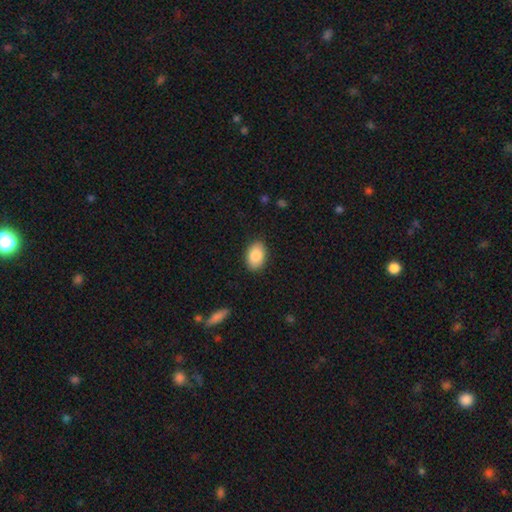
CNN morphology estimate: Q: Smooth or featured?
A: smooth (87%); runner-up: star or artifact (7%)
Q: How rounded?
A: in between (87%); runner-up: round (12%)
Q: Merging?
A: none (88%); runner-up: minor disturbance (9%)